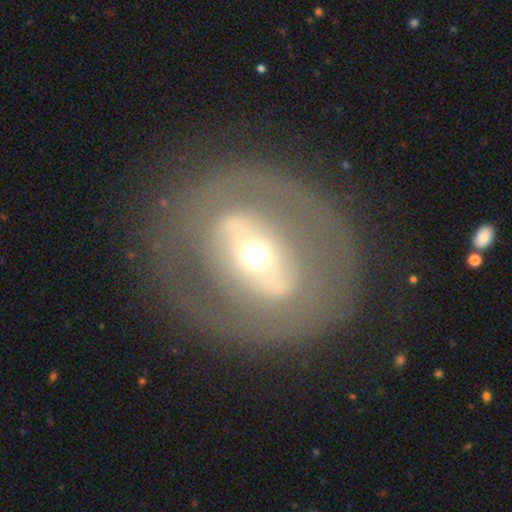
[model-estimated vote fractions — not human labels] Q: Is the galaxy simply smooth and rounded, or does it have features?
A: featured or disk — 65%.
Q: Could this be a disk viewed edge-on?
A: no — 92%.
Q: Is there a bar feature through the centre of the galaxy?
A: no — 39%.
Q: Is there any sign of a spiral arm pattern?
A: no — 81%.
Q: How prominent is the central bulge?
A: moderate — 56%.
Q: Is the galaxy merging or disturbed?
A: none — 77%.